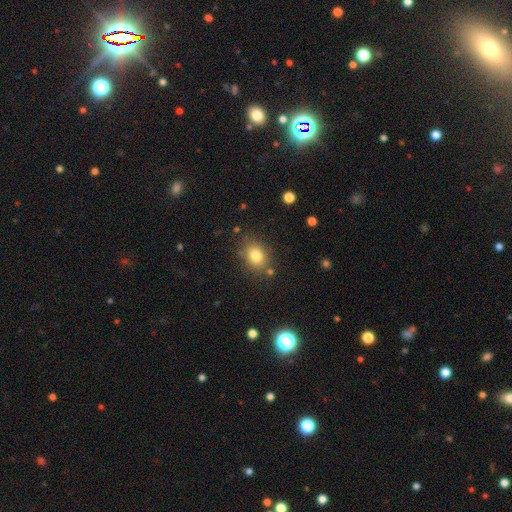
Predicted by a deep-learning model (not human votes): A smooth galaxy with no disk features (80%) that is in between round and cigar-shaped (56%).

Vote fractions:
- Smooth or featured? smooth: 80% / star or artifact: 11% / featured or disk: 9%
- How rounded? in between: 56% / round: 43% / cigar-shaped: 1%
- Merging? none: 79% / minor disturbance: 13% / merger: 4% / major disturbance: 4%